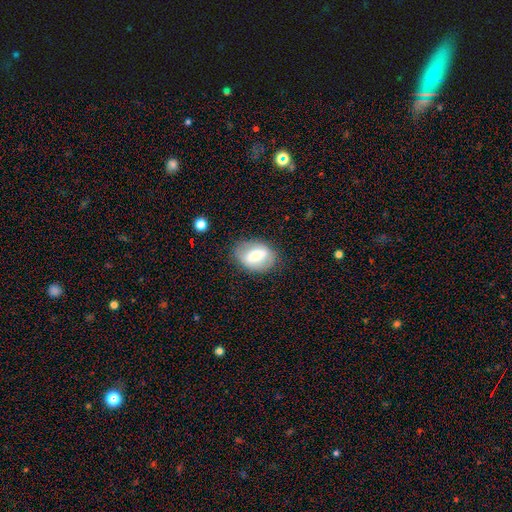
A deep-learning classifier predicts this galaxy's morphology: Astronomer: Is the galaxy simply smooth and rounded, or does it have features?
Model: smooth — 54% (runner-up: featured or disk, 39%).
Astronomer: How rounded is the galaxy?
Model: in between — 75%.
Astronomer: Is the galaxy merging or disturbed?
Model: none — 78%.